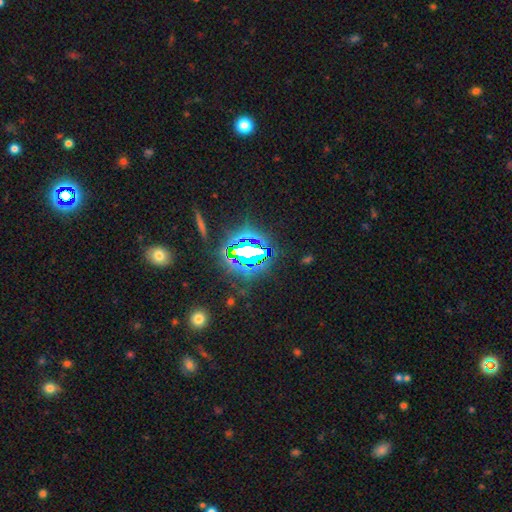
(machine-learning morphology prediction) Smooth or featured? star or artifact (76%)